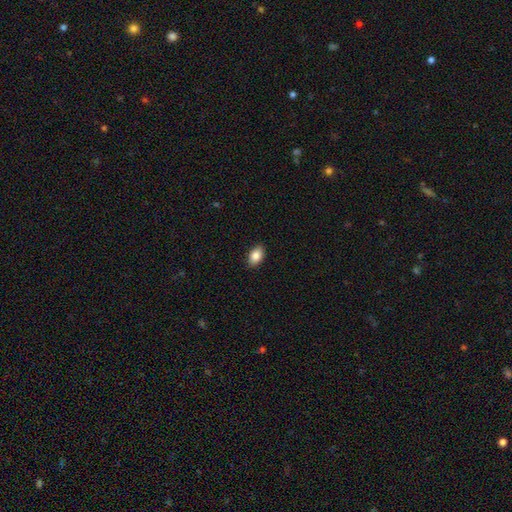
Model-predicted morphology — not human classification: Smooth or featured: smooth — 86% (star or artifact — 7%)
How rounded: in between — 89% (round — 9%)
Merging: none — 89% (minor disturbance — 8%)